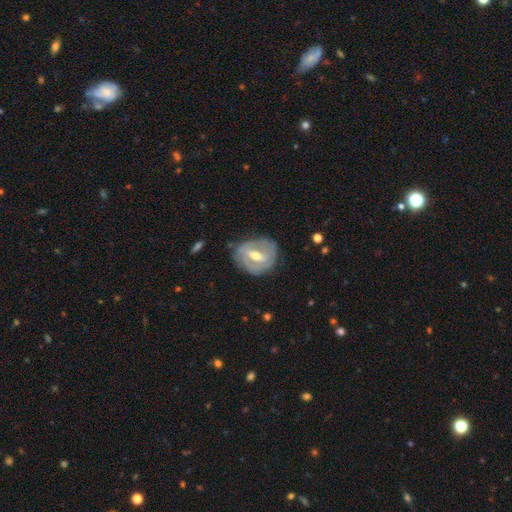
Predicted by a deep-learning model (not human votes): smooth-or-featured: featured or disk: 79% | smooth: 16% | star or artifact: 5%
  disk-edge-on: no: 94% | yes: 6%
    bar: strong: 49% | weak: 39% | no: 12%
    has-spiral-arms: yes: 76% | no: 24%
      spiral-winding: tight: 60% | medium: 30% | loose: 10%
      spiral-arm-count: 2: 58% | can't tell: 25% | 3: 8% | 1: 5% | 4: 2% | more than 4: 2%
    bulge-size: moderate: 67% | small: 28% | large: 4% | none: 1% | dominant: 1%
  merging: none: 75% | minor disturbance: 18% | major disturbance: 6% | merger: 1%